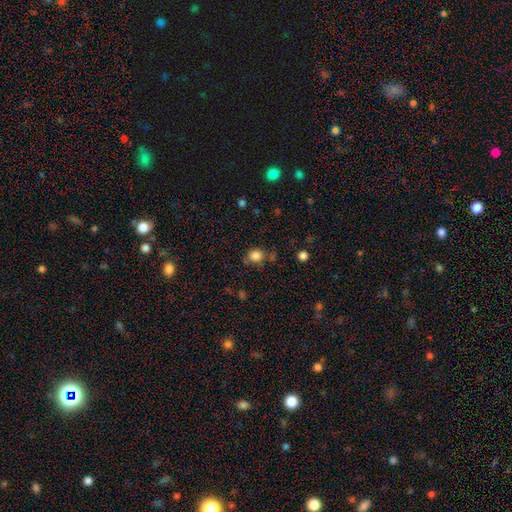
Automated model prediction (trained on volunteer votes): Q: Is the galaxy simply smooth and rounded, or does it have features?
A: smooth — 82%.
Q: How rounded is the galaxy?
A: round — 77%.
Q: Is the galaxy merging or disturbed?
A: none — 69%.